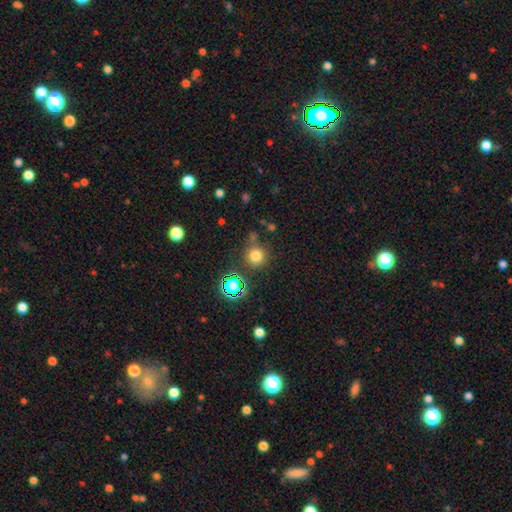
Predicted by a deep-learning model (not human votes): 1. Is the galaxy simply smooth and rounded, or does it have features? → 74% smooth, 20% star or artifact, 7% featured or disk.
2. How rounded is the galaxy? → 94% round, 5% in between, 1% cigar-shaped.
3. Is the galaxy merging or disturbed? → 78% none, 10% minor disturbance, 8% merger, 4% major disturbance.